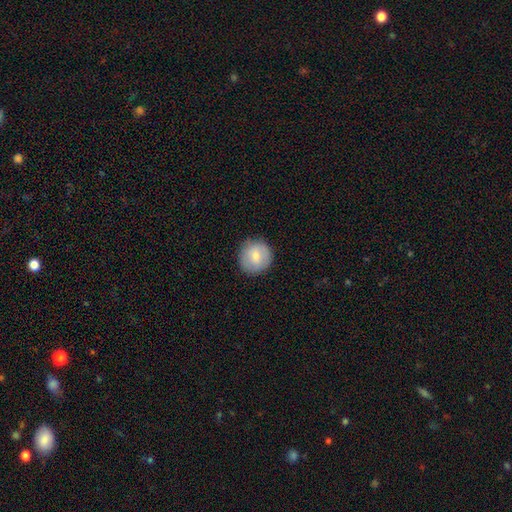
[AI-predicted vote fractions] Q: Smooth or featured?
A: smooth (70%); runner-up: featured or disk (23%)
Q: How rounded?
A: round (92%); runner-up: in between (7%)
Q: Merging?
A: none (87%); runner-up: minor disturbance (9%)